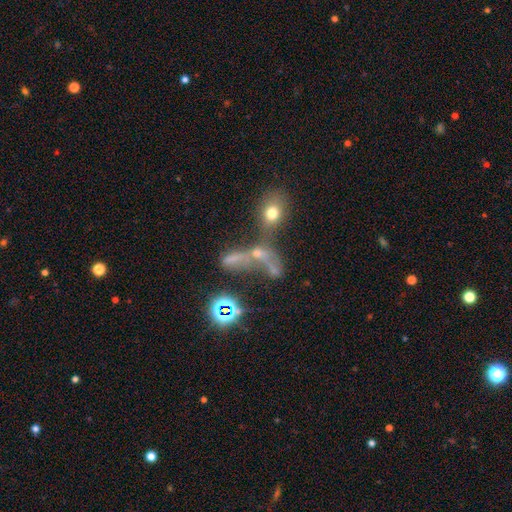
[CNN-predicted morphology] Overall: star or artifact (35%; smooth 33%).